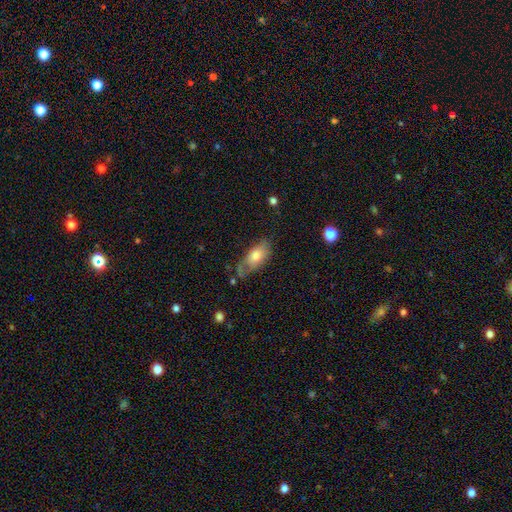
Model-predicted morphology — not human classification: Smooth or featured?
  - smooth: 72% *
  - featured or disk: 21%
  - star or artifact: 7%
How rounded?
  - in between: 89% *
  - cigar-shaped: 7%
  - round: 4%
Merging?
  - none: 49% *
  - minor disturbance: 33%
  - major disturbance: 13%
  - merger: 5%